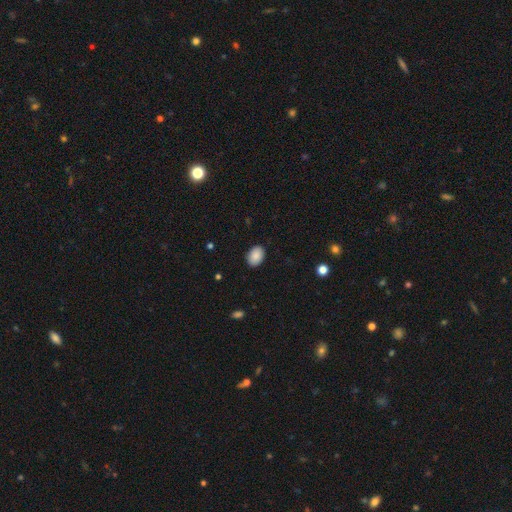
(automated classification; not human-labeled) This appears to be a smooth galaxy with no disk features (89%) that is in between round and cigar-shaped (79%). Merging: none (88%).